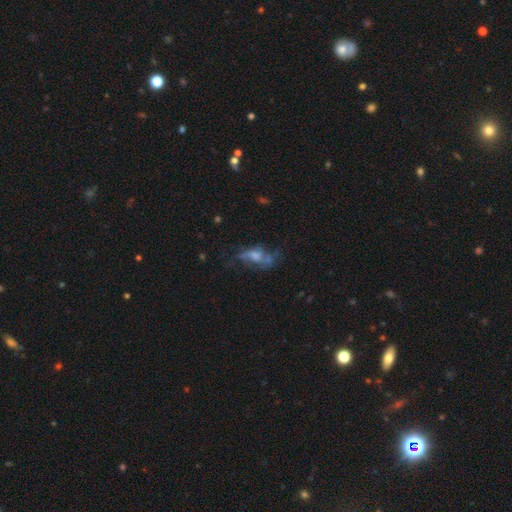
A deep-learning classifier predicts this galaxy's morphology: Overall: featured or disk (54%; smooth 33%). Edge-on disk: no (89%). Merging: none (36%; major disturbance 34%).